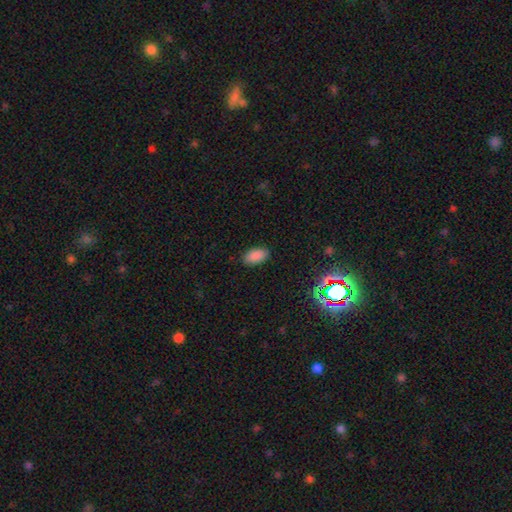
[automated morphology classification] This appears to be a smooth galaxy with no disk features (86%) that is in between round and cigar-shaped (94%). Merging: none (88%).